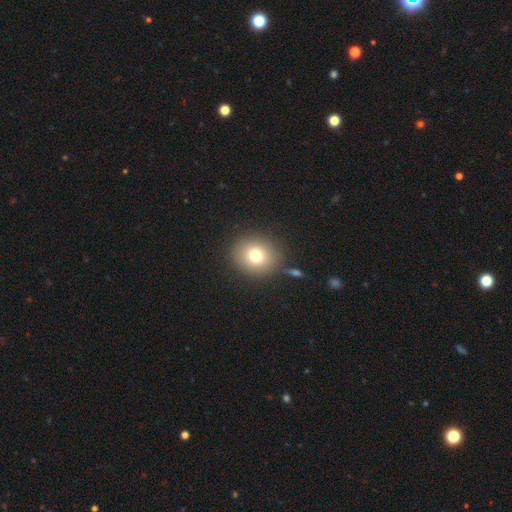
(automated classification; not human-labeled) smooth-or-featured: smooth: 76% | star or artifact: 13% | featured or disk: 12%
  how-rounded: round: 78% | in between: 21% | cigar-shaped: 1%
  merging: none: 84% | minor disturbance: 8% | merger: 4% | major disturbance: 3%